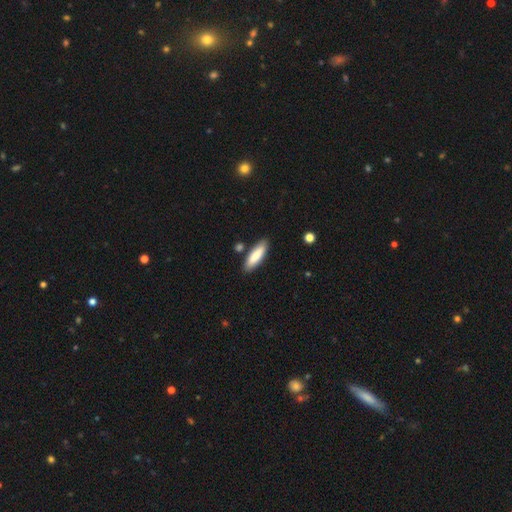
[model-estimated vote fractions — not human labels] Smooth or featured? Predicted: smooth (p=0.81). How rounded? Predicted: cigar-shaped (p=0.55). Merging? Predicted: none (p=0.83).